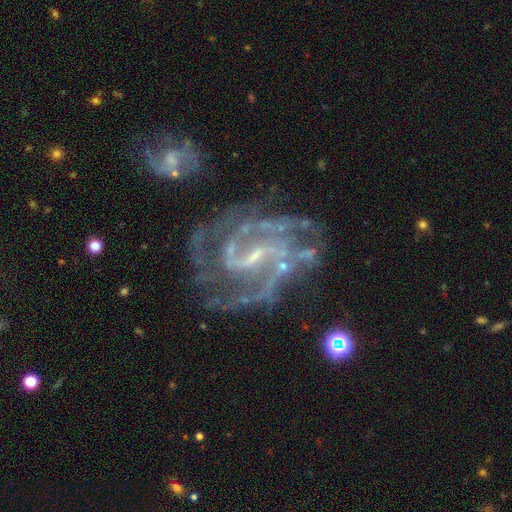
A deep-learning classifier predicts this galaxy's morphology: Smooth or featured? featured or disk (90%)
Edge-on disk? no (98%)
Bar? weak (50%)
Spiral arms? yes (96%)
Spiral winding? medium (51%)
Spiral arm count? 2 (42%)
Bulge size? small (63%)
Merging? none (56%)